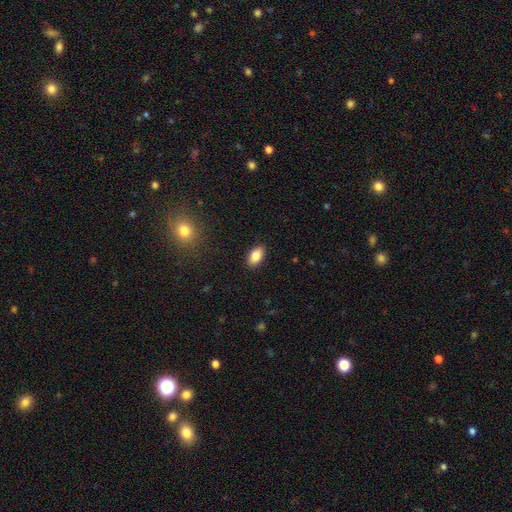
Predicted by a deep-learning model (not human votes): smooth_or_featured: smooth (p=0.85) [alt: star or artifact p=0.08]
how_rounded: in between (p=0.92) [alt: round p=0.06]
merging: none (p=0.88) [alt: minor disturbance p=0.08]